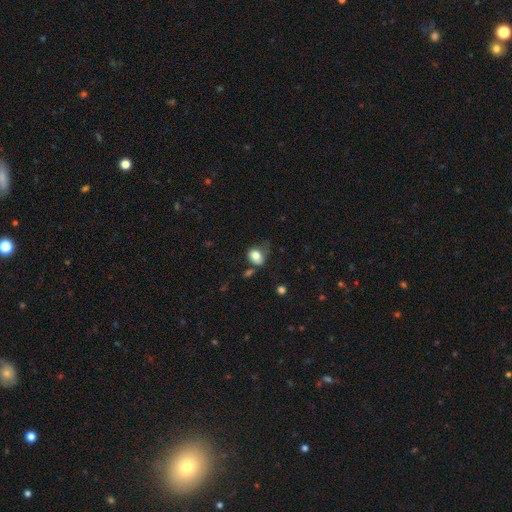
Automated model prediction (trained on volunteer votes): Morphology: type=smooth (80%); roundness=in between (56%); merging=none (40%).